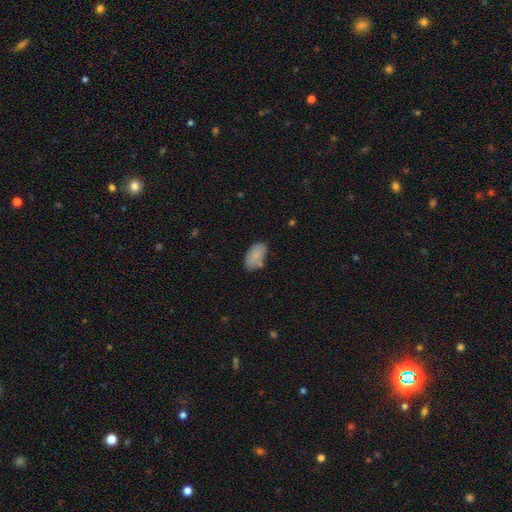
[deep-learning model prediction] Smooth or featured? Predicted: smooth (p=0.84). How rounded? Predicted: in between (p=0.94). Merging? Predicted: none (p=0.71).